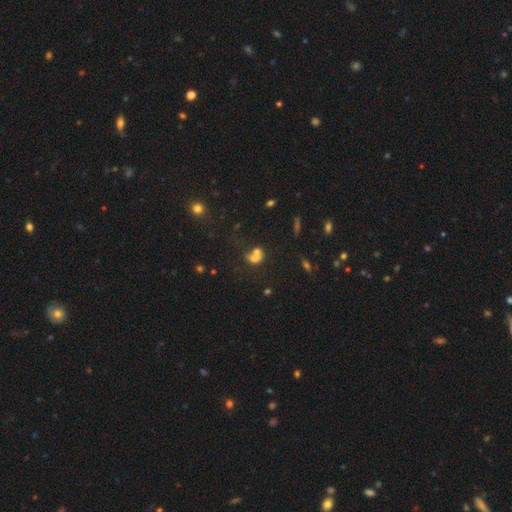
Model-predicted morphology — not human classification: smooth_or_featured: smooth (p=0.59) [alt: featured or disk p=0.22]
how_rounded: in between (p=0.50) [alt: round p=0.48]
merging: merger (p=0.54) [alt: none p=0.26]